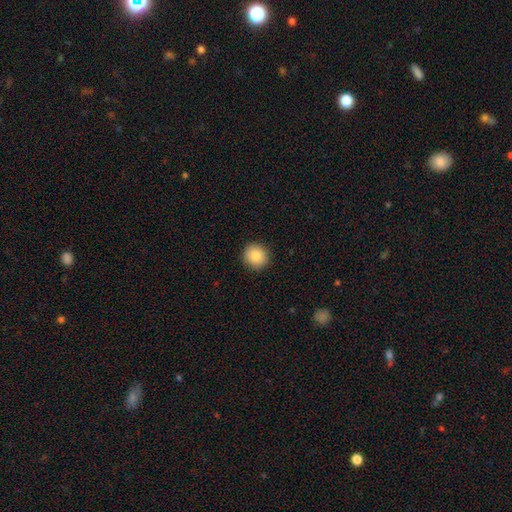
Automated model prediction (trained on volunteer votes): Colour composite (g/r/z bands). It shows a smooth galaxy with no disk features (85%) that is round (88%). Merging: none (91%).